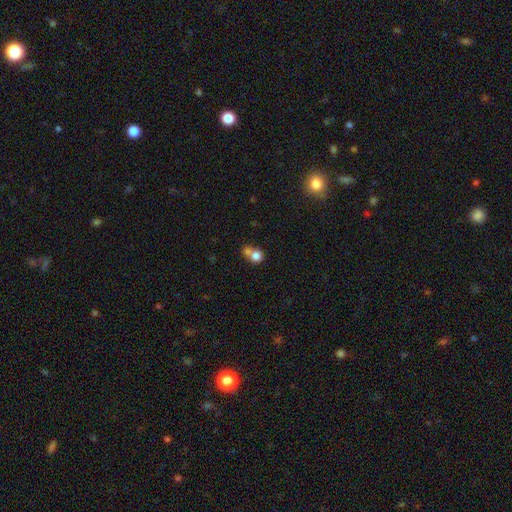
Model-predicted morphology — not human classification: type=smooth (76%); roundness=round (79%); merging=merger (56%).